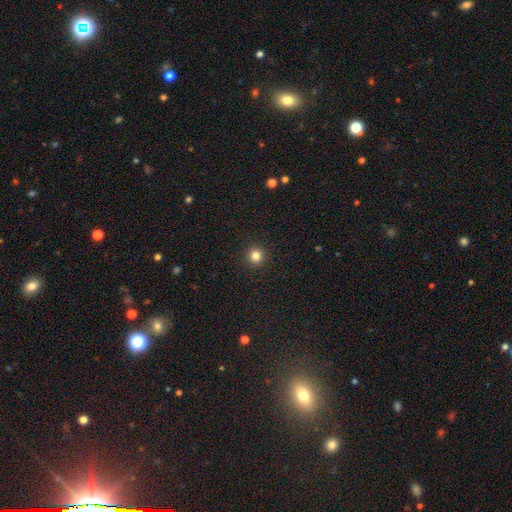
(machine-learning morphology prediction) smooth 82%, star or artifact 13%, featured or disk 5%. Down the decision tree: how rounded — round (95%); merging — none (93%).